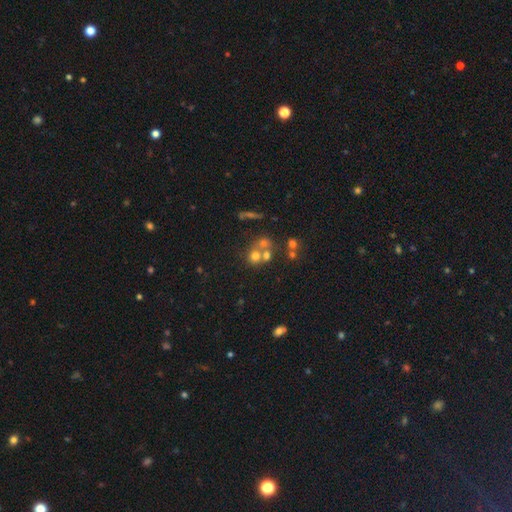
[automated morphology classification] Smooth or featured? smooth (59%)
How rounded? round (80%)
Merging? merger (48%)